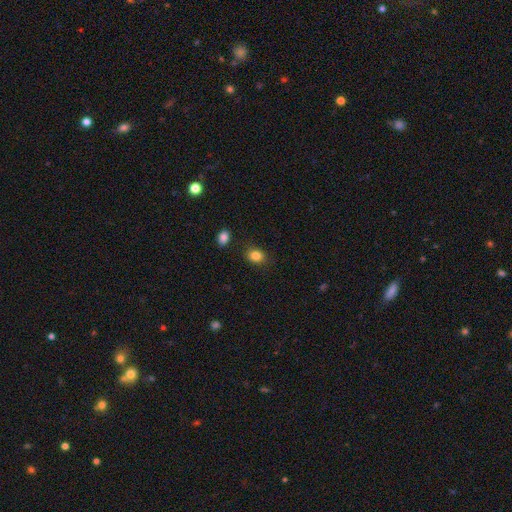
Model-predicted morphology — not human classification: A smooth galaxy with no disk features (84%) that is in between round and cigar-shaped (55%).

Vote fractions:
- Smooth or featured? smooth: 84% / star or artifact: 10% / featured or disk: 5%
- How rounded? in between: 55% / round: 44% / cigar-shaped: 1%
- Merging? none: 84% / minor disturbance: 11% / major disturbance: 3% / merger: 3%